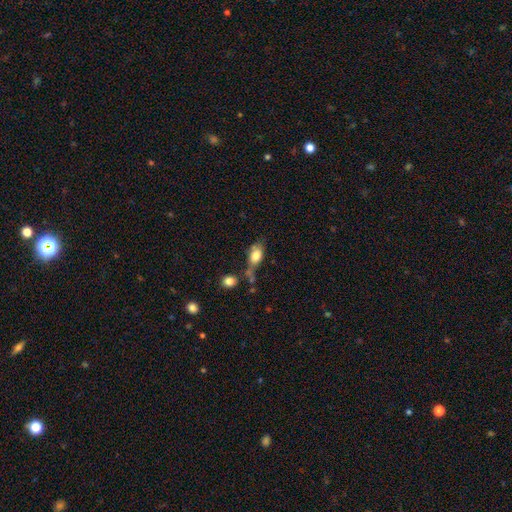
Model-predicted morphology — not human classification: A smooth galaxy with no disk features (76%) that is in between round and cigar-shaped (84%).

Vote fractions:
- Smooth or featured? smooth: 76% / featured or disk: 16% / star or artifact: 8%
- How rounded? in between: 84% / round: 11% / cigar-shaped: 5%
- Merging? none: 38% / minor disturbance: 24% / merger: 23% / major disturbance: 14%